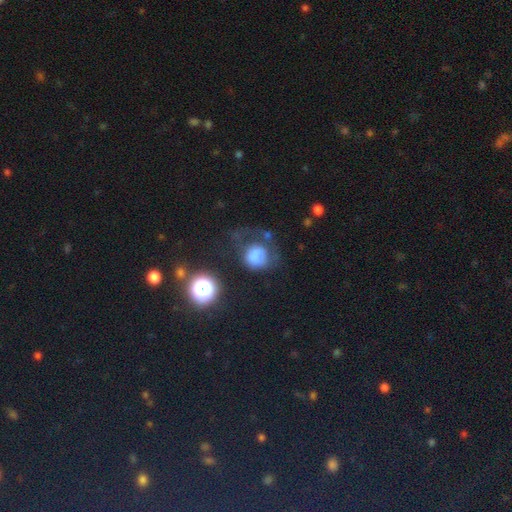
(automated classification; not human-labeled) A smooth galaxy with no disk features (72%) that is round (83%).

Vote fractions:
- Smooth or featured? smooth: 72% / star or artifact: 14% / featured or disk: 14%
- How rounded? round: 83% / in between: 16% / cigar-shaped: 1%
- Merging? none: 40% / major disturbance: 32% / minor disturbance: 22% / merger: 6%